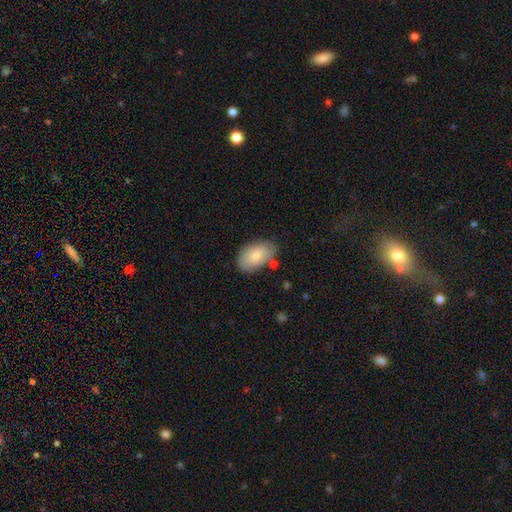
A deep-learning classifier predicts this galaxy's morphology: This is likely a smooth galaxy (79%). How rounded: clearly in between (92%). Merging: likely none (73%).